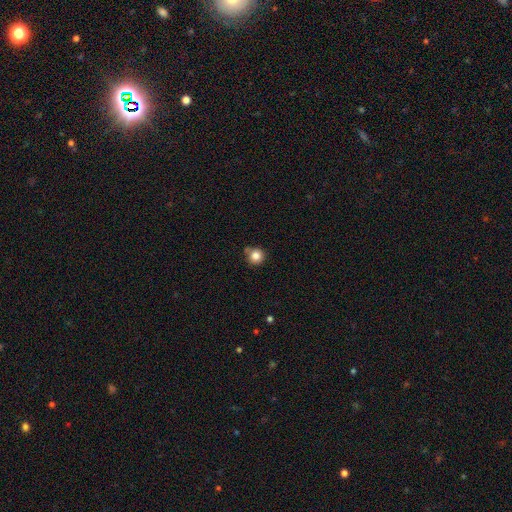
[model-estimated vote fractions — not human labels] Smooth or featured? smooth (84%)
How rounded? round (93%)
Merging? none (73%)